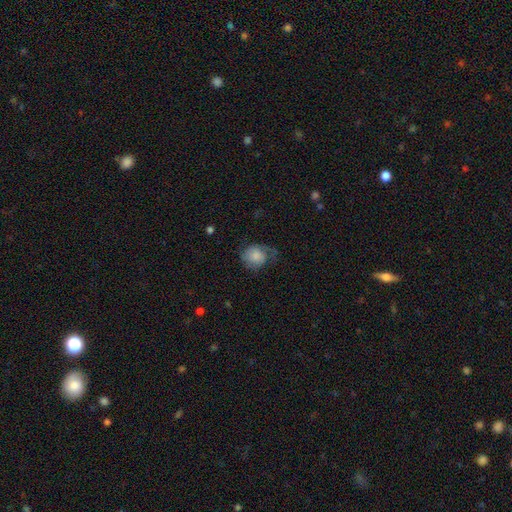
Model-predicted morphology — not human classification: smooth_or_featured: smooth (p=0.66) [alt: featured or disk p=0.26]
how_rounded: round (p=0.65) [alt: in between p=0.34]
merging: none (p=0.42) [alt: minor disturbance p=0.31]